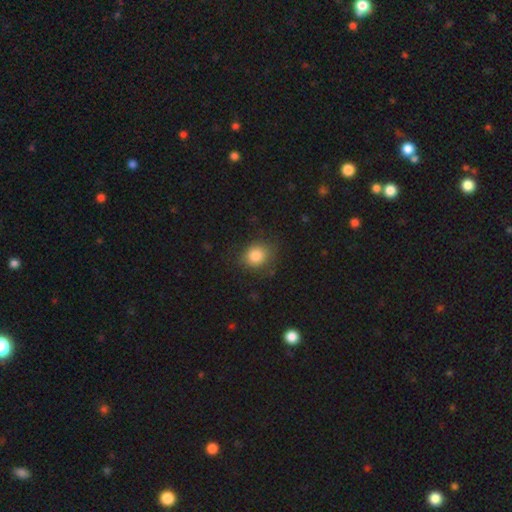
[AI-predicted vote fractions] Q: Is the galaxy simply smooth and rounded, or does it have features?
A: smooth — 84%.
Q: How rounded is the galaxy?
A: round — 71%.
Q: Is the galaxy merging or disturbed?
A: none — 77%.